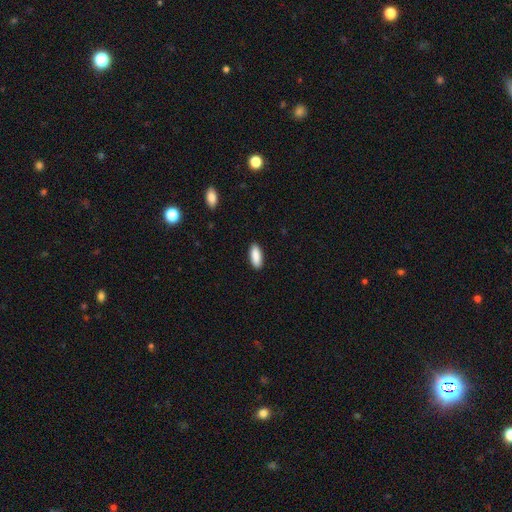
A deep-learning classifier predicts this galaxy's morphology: smooth 90%, star or artifact 6%, featured or disk 4%. Down the decision tree: how rounded — in between (80%); merging — none (90%).